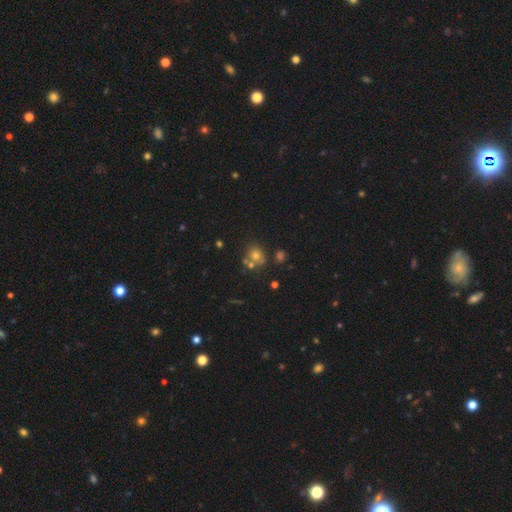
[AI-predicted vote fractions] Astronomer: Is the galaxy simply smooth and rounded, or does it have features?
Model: smooth — 62%.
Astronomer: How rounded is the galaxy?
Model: round — 78%.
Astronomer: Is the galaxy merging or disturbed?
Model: none — 59%.